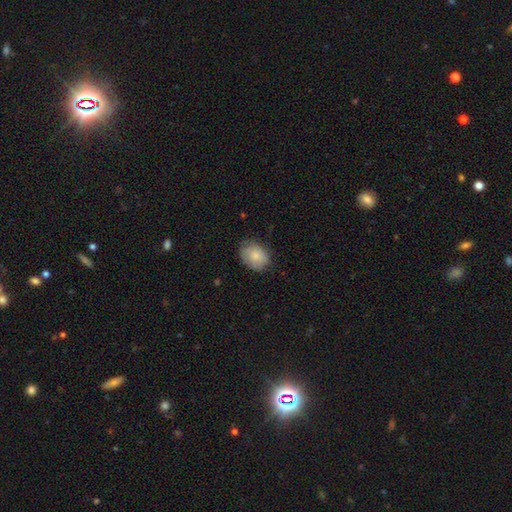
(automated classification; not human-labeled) smooth_or_featured: smooth (p=0.80) [alt: featured or disk p=0.13]
how_rounded: in between (p=0.62) [alt: round p=0.37]
merging: none (p=0.72) [alt: minor disturbance p=0.23]